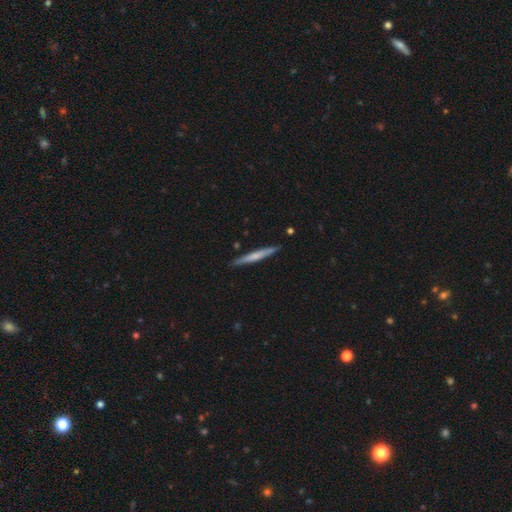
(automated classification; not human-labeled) The model was most divided on "smooth or featured": smooth: 52%, featured or disk: 43%, star or artifact: 5%. More confident: how rounded — cigar-shaped (96%); merging — none (88%).